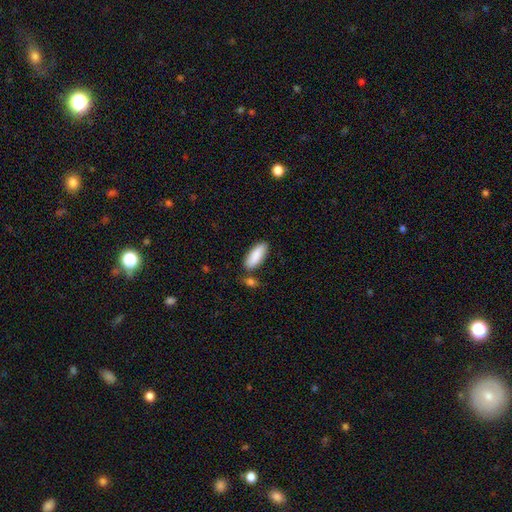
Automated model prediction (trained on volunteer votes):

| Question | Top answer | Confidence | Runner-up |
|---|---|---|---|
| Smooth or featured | smooth | 88% | featured or disk (6%) |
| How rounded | in between | 75% | cigar-shaped (23%) |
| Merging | none | 74% | minor disturbance (14%) |